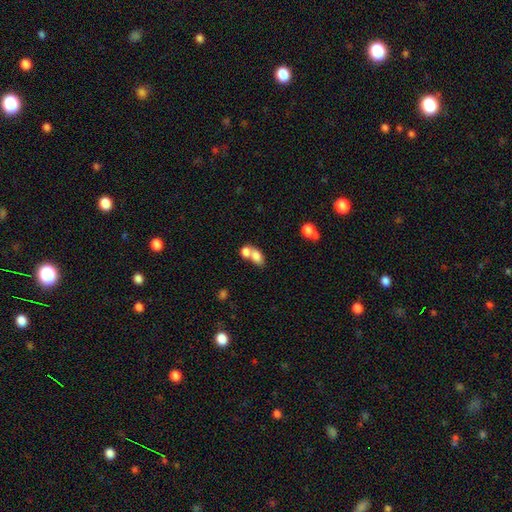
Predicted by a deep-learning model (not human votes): Smooth or featured?
  - smooth: 77% *
  - featured or disk: 14%
  - star or artifact: 9%
How rounded?
  - in between: 80% *
  - round: 18%
  - cigar-shaped: 3%
Merging?
  - merger: 61% *
  - none: 27%
  - minor disturbance: 8%
  - major disturbance: 5%